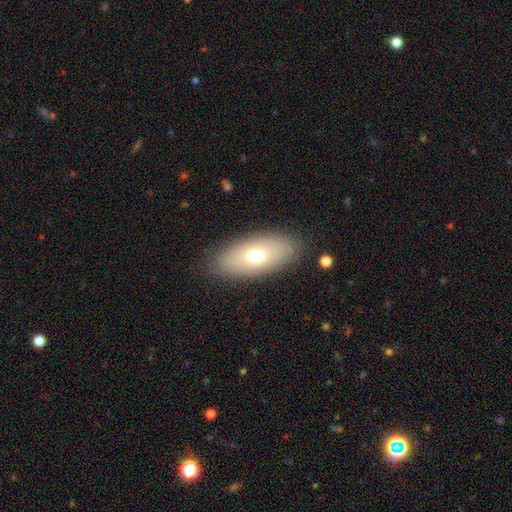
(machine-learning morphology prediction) Smooth or featured? smooth (66%)
How rounded? in between (87%)
Merging? none (85%)